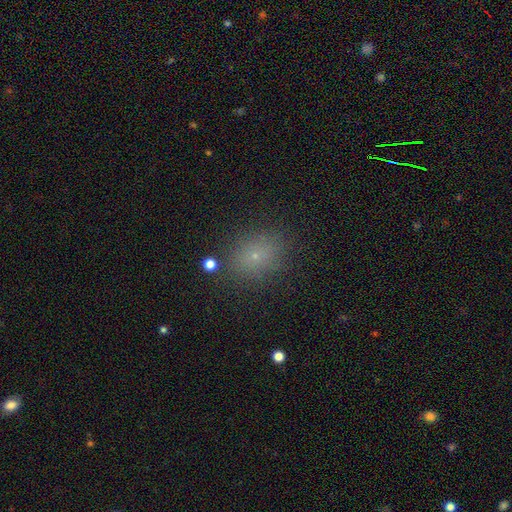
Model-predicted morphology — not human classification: type=smooth (69%); roundness=in between (58%); merging=none (84%).